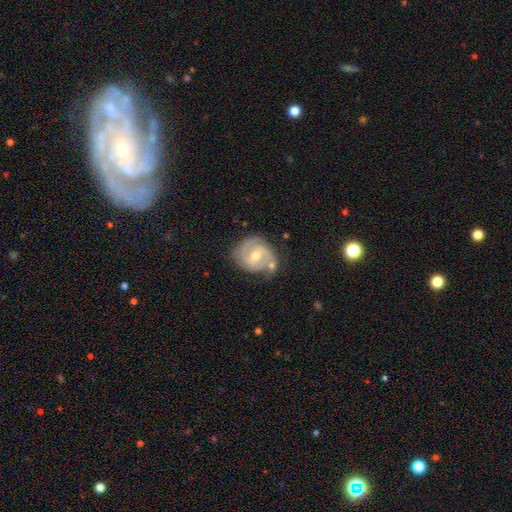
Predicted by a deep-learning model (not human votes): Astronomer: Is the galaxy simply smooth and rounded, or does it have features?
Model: featured or disk — 81%.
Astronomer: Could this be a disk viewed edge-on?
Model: no — 97%.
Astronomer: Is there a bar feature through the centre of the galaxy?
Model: weak — 55%.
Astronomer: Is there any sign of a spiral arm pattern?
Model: yes — 93%.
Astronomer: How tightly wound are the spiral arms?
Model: tight — 51% (runner-up: medium, 39%).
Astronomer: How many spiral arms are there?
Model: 2 — 71%.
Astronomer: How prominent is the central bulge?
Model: moderate — 63%.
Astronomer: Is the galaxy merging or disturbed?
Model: none — 58%.